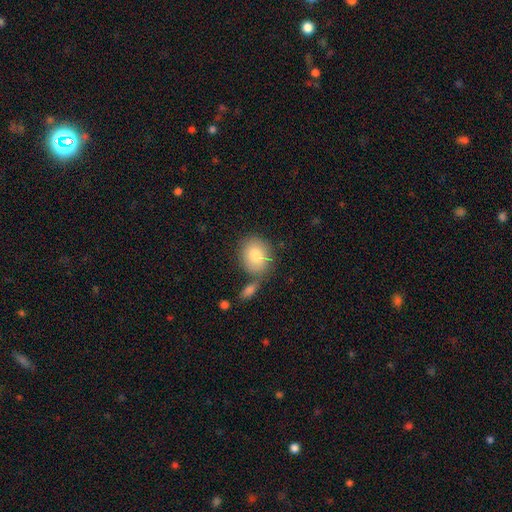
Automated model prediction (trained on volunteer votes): A smooth galaxy with no disk features (82%) that is round (65%). Merging: none (62%).